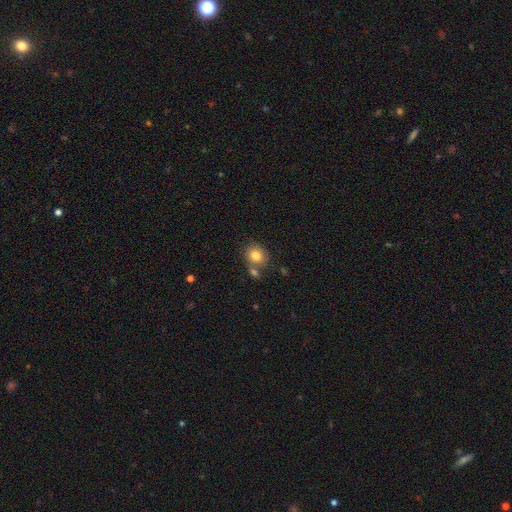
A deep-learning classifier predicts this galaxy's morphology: Smooth or featured?
  - smooth: 82% *
  - star or artifact: 9%
  - featured or disk: 9%
How rounded?
  - round: 66% *
  - in between: 33%
  - cigar-shaped: 1%
Merging?
  - none: 62% *
  - merger: 22%
  - minor disturbance: 12%
  - major disturbance: 4%